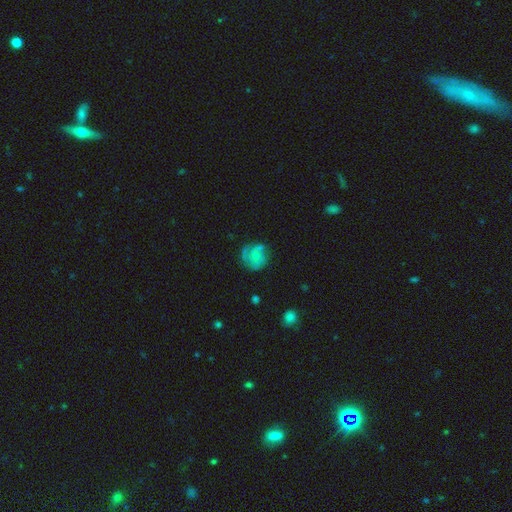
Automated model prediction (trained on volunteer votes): The model was most divided on "smooth or featured": featured or disk: 58%, smooth: 33%, star or artifact: 8%. More confident: edge-on disk — no (98%); bar — no (80%); spiral arms — yes (78%); bulge size — small (68%); merging — none (60%).